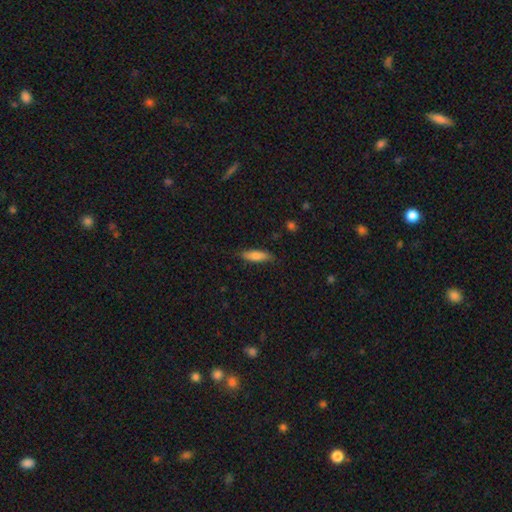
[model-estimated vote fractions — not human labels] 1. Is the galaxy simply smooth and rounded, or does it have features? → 79% smooth, 15% featured or disk, 6% star or artifact.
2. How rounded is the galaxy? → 56% cigar-shaped, 43% in between, 2% round.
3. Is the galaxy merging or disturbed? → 81% none, 15% minor disturbance, 3% major disturbance, 1% merger.